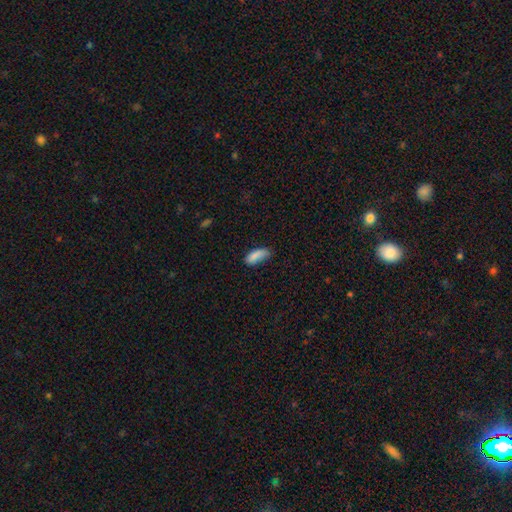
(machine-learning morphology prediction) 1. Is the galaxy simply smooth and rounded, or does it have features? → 85% smooth, 8% star or artifact, 7% featured or disk.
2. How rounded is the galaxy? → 78% in between, 20% cigar-shaped, 2% round.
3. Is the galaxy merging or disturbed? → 52% none, 35% minor disturbance, 10% major disturbance, 3% merger.